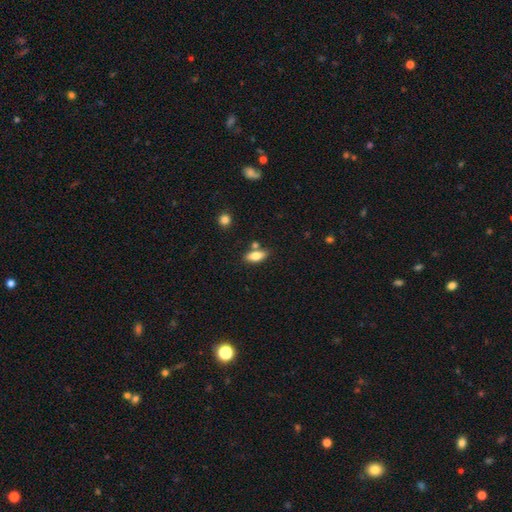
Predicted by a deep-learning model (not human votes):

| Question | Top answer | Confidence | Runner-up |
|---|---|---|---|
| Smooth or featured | smooth | 77% | featured or disk (15%) |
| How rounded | in between | 85% | cigar-shaped (12%) |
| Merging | none | 70% | merger (14%) |